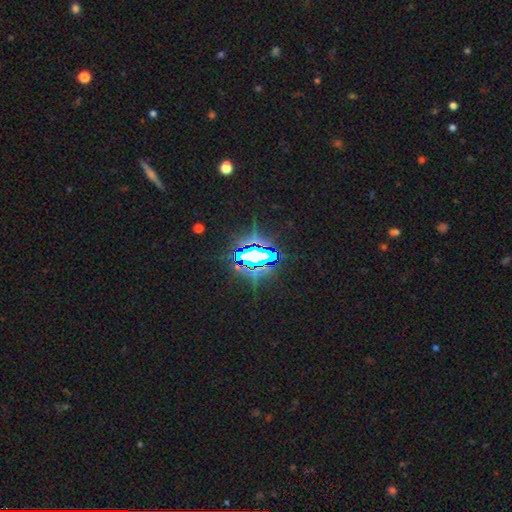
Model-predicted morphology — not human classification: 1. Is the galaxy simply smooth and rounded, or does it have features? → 77% star or artifact, 12% featured or disk, 11% smooth.